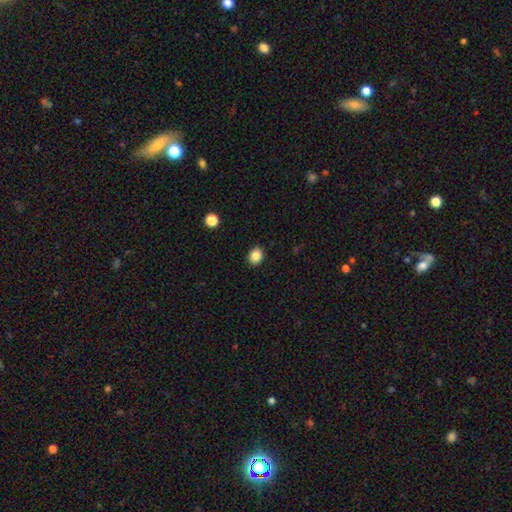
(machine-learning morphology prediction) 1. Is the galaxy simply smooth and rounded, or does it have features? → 86% smooth, 10% star or artifact, 4% featured or disk.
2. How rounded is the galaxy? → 56% round, 43% in between, 1% cigar-shaped.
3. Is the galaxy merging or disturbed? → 90% none, 7% minor disturbance, 2% major disturbance, 1% merger.